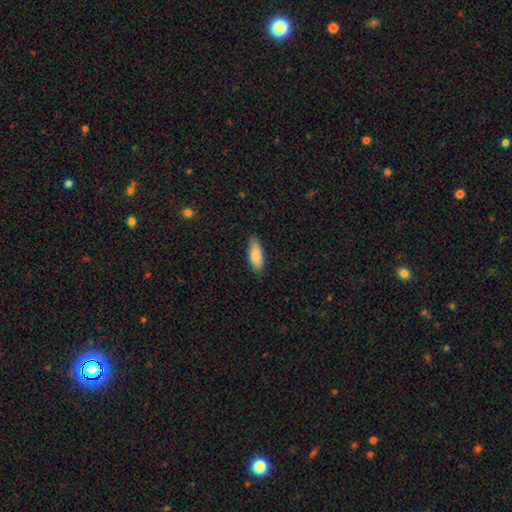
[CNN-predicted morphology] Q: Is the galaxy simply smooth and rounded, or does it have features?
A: smooth — 86%.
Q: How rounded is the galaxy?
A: in between — 73%.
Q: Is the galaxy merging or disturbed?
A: none — 83%.